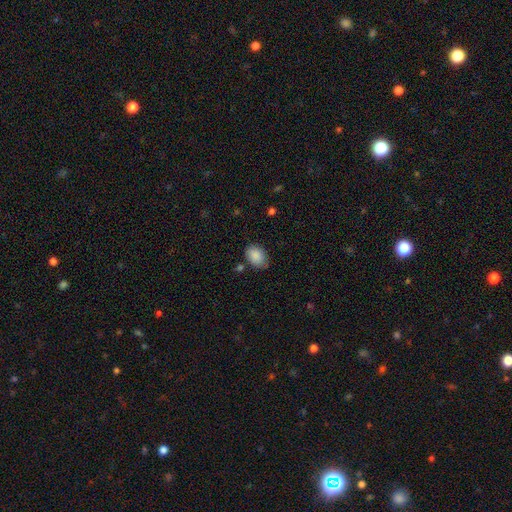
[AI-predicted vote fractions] Smooth or featured? smooth (88%)
How rounded? in between (80%)
Merging? none (74%)